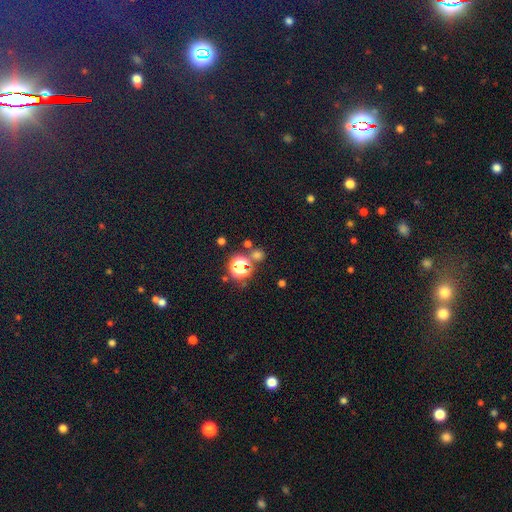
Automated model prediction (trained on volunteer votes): Smooth or featured? star or artifact (60%)